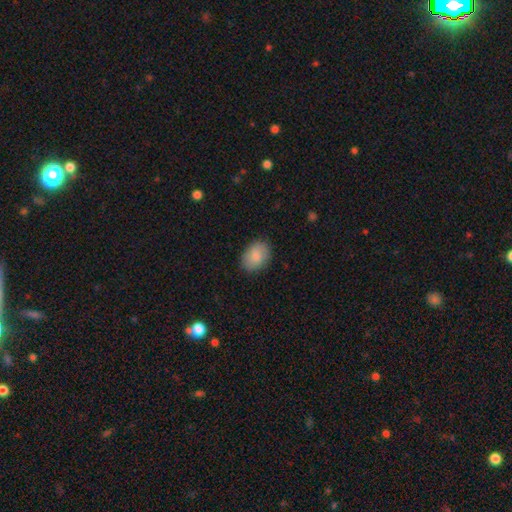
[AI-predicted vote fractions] Morphology: type=smooth (85%); roundness=in between (72%); merging=none (87%).